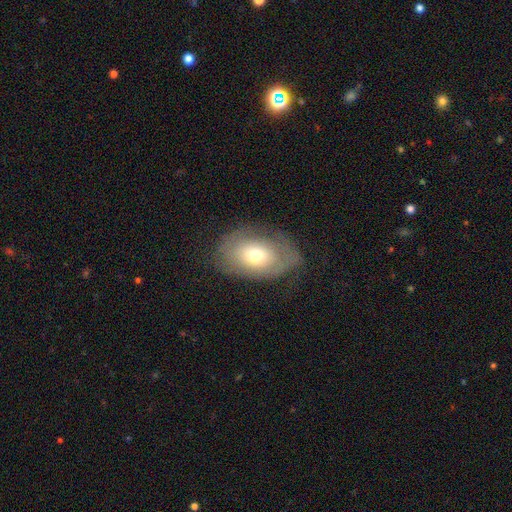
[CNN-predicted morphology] This appears to be a smooth galaxy with no disk features (59%) that is in between round and cigar-shaped (81%). Merging: none (60%).